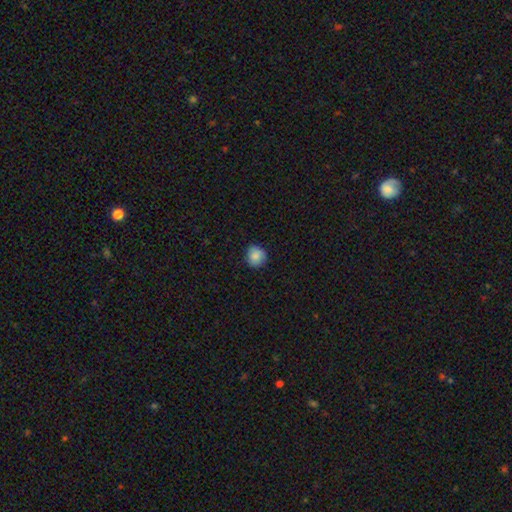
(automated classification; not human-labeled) The model was most divided on "merging": none: 82%, minor disturbance: 14%, major disturbance: 2%, merger: 1%. More confident: how rounded — round (90%); smooth or featured — smooth (85%).